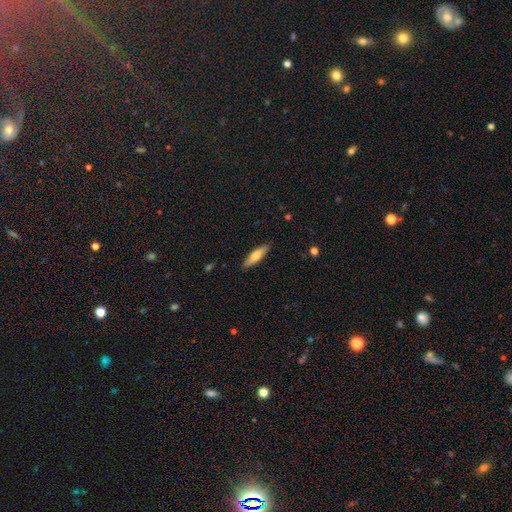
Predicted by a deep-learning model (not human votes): Smooth or featured? Predicted: smooth (p=0.69). How rounded? Predicted: cigar-shaped (p=0.71). Merging? Predicted: none (p=0.89).